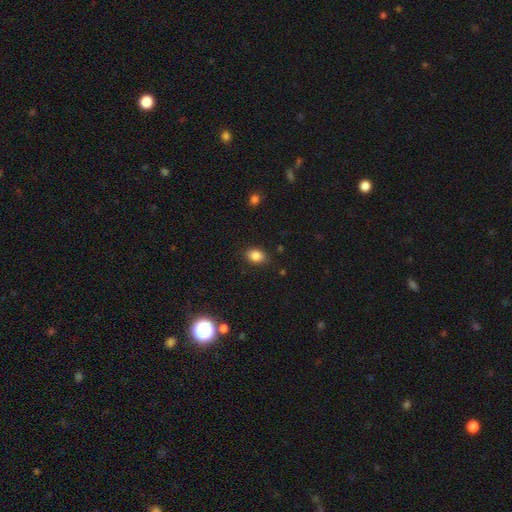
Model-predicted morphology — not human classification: A smooth galaxy with no disk features (84%) that is in between round and cigar-shaped (75%).

Vote fractions:
- Smooth or featured? smooth: 84% / star or artifact: 10% / featured or disk: 6%
- How rounded? in between: 75% / round: 23% / cigar-shaped: 1%
- Merging? none: 84% / minor disturbance: 12% / major disturbance: 3% / merger: 1%